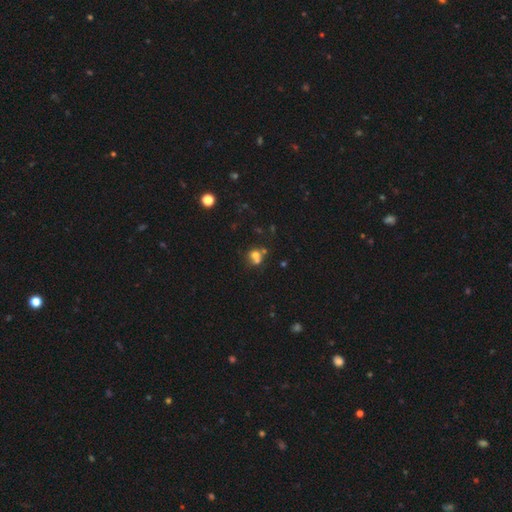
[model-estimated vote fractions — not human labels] This is likely a smooth galaxy (63%). How rounded: likely round (79%). Merging: possibly merger (48%).